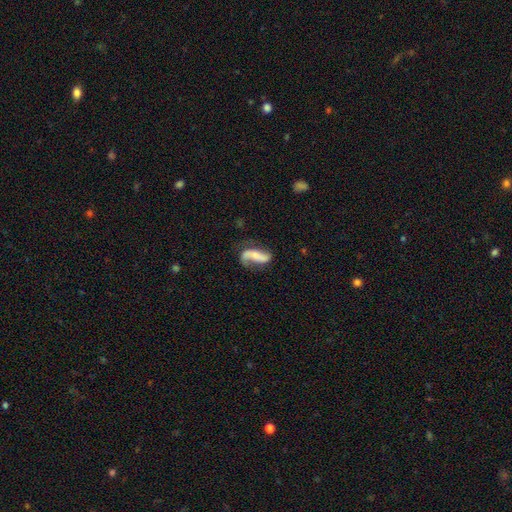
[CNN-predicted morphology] A featured or disk galaxy (67%) with no bar (42%), 2 (78%) loose (68%) spiral arms (90%) and a small central bulge (38%). Merging: none (52%).